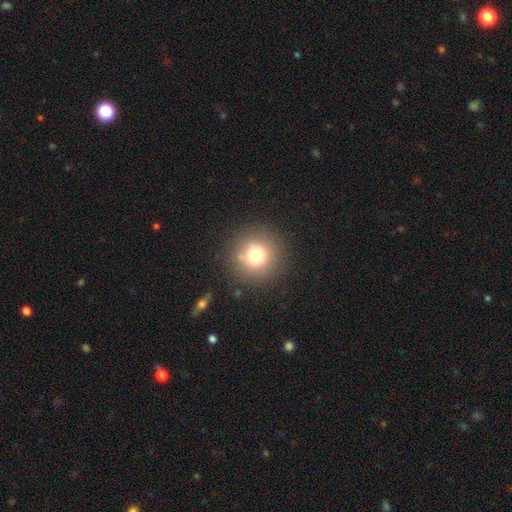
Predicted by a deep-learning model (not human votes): Smooth or featured? Predicted: smooth (p=0.74). How rounded? Predicted: round (p=0.95). Merging? Predicted: none (p=0.86).